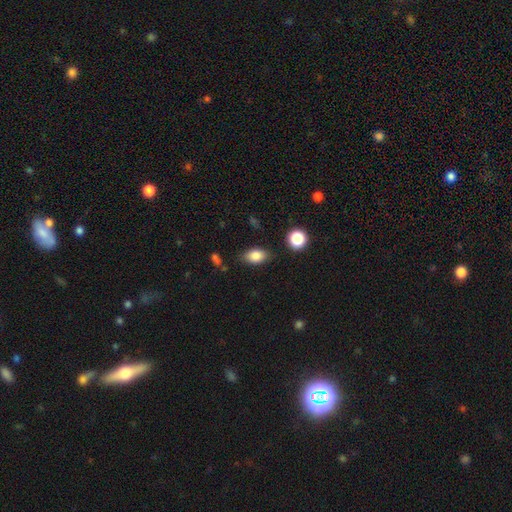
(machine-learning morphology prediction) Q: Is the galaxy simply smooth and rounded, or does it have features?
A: smooth — 83%.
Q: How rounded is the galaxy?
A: in between — 86%.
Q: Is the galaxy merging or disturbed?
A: none — 81%.